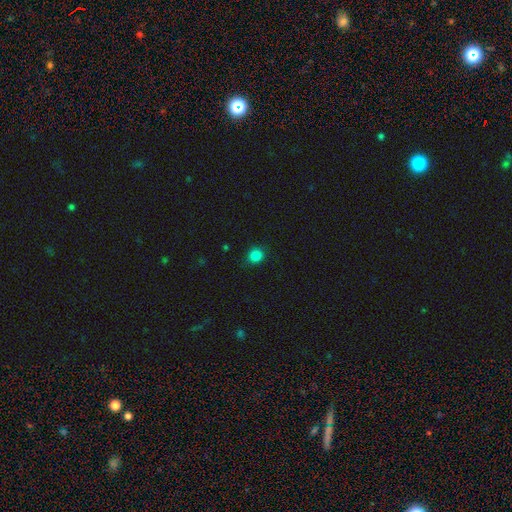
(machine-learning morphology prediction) A smooth galaxy with no disk features (84%) that is round (85%).

Vote fractions:
- Smooth or featured? smooth: 84% / star or artifact: 12% / featured or disk: 3%
- How rounded? round: 85% / in between: 14% / cigar-shaped: 1%
- Merging? none: 89% / minor disturbance: 8% / major disturbance: 2% / merger: 1%